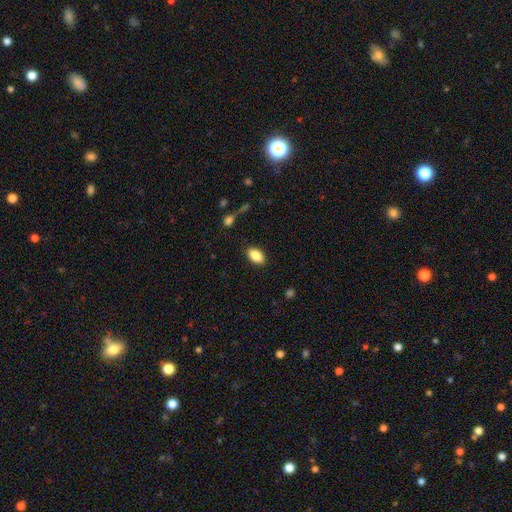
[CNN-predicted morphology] Overall: smooth (87%). How rounded: in between (93%). Merging: none (88%).